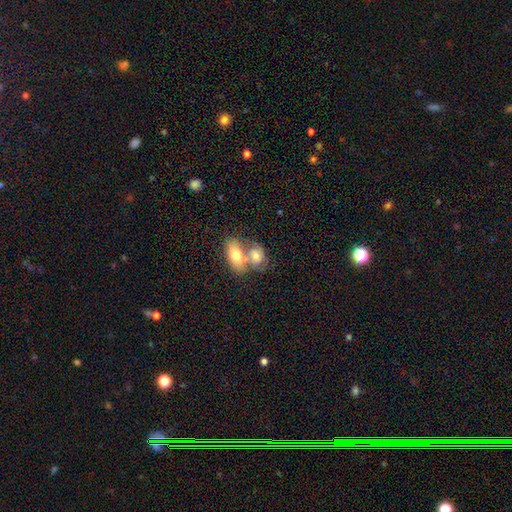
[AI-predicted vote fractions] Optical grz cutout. It shows a smooth galaxy with no disk features (72%) that is in between round and cigar-shaped (80%). Merging: merger (69%).